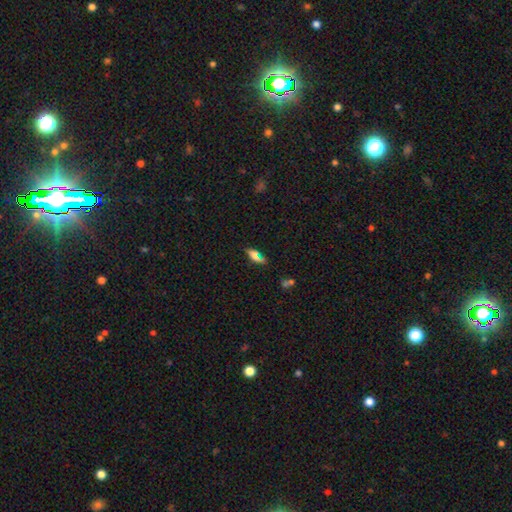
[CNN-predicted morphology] Smooth or featured: smooth — 60% (featured or disk — 22%)
How rounded: in between — 64% (cigar-shaped — 31%)
Merging: none — 68% (minor disturbance — 18%)